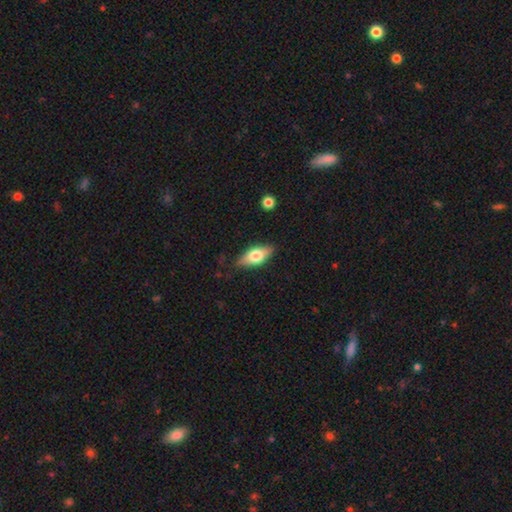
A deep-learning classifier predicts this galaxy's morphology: smooth-or-featured: smooth: 65% | featured or disk: 28% | star or artifact: 6%
  how-rounded: in between: 82% | cigar-shaped: 15% | round: 4%
  merging: none: 80% | minor disturbance: 16% | major disturbance: 3% | merger: 1%